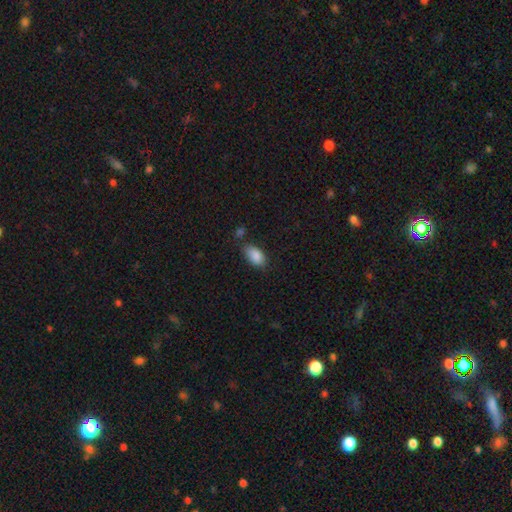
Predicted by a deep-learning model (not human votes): A smooth galaxy with no disk features (88%) that is in between round and cigar-shaped (93%).

Vote fractions:
- Smooth or featured? smooth: 88% / star or artifact: 7% / featured or disk: 5%
- How rounded? in between: 93% / round: 4% / cigar-shaped: 3%
- Merging? none: 69% / minor disturbance: 20% / merger: 6% / major disturbance: 4%